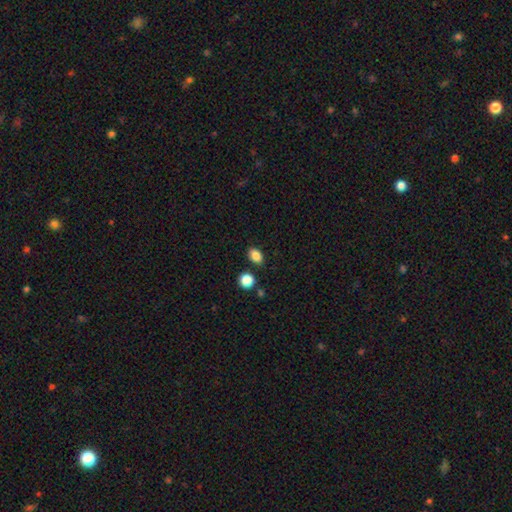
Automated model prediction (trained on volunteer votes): Smooth or featured? smooth (86%)
How rounded? in between (78%)
Merging? none (84%)